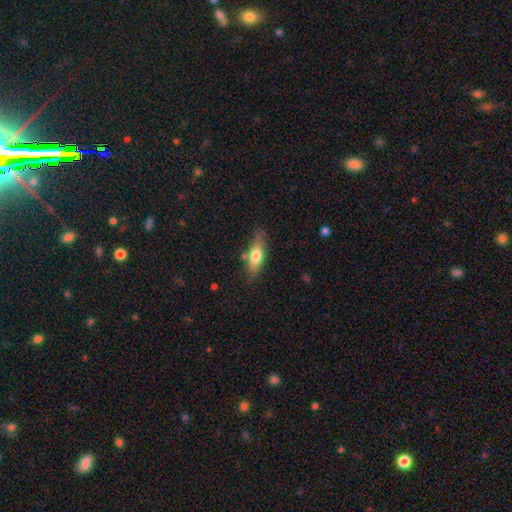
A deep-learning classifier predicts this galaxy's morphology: Overall: smooth (66%; featured or disk 28%). How rounded: in between (59%; cigar-shaped 38%). Merging: none (72%).